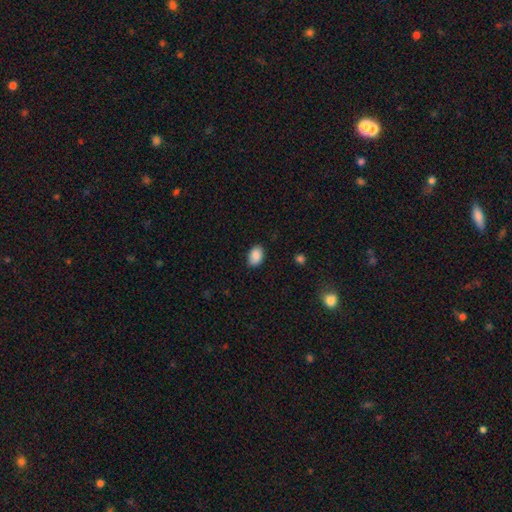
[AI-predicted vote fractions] Overall: smooth (89%). How rounded: in between (85%). Merging: none (85%).